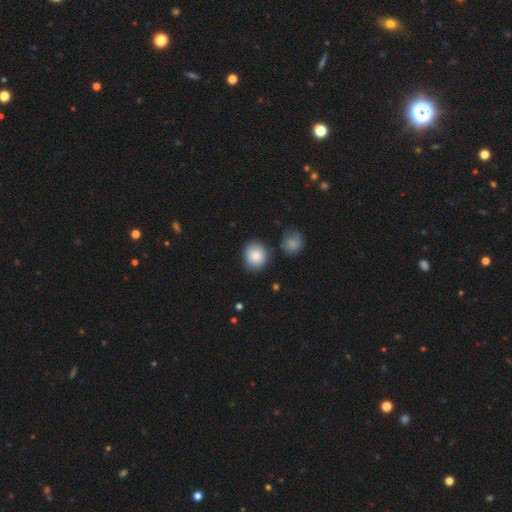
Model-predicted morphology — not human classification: Q: Smooth or featured?
A: smooth (86%); runner-up: star or artifact (7%)
Q: How rounded?
A: round (77%); runner-up: in between (22%)
Q: Merging?
A: none (81%); runner-up: minor disturbance (11%)